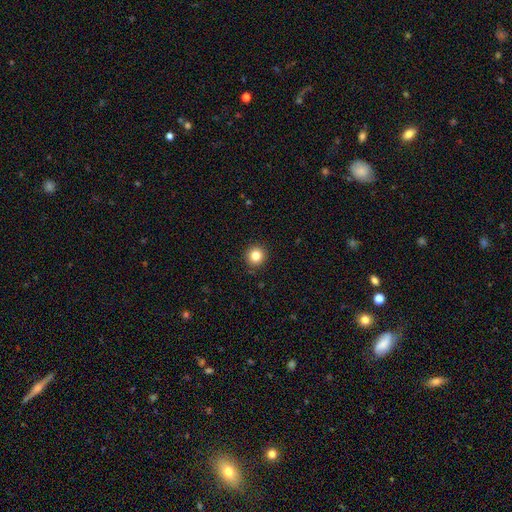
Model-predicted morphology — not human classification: A smooth galaxy with no disk features (83%) that is round (94%).

Vote fractions:
- Smooth or featured? smooth: 83% / star or artifact: 11% / featured or disk: 5%
- How rounded? round: 94% / in between: 5% / cigar-shaped: 1%
- Merging? none: 92% / minor disturbance: 5% / major disturbance: 2% / merger: 1%